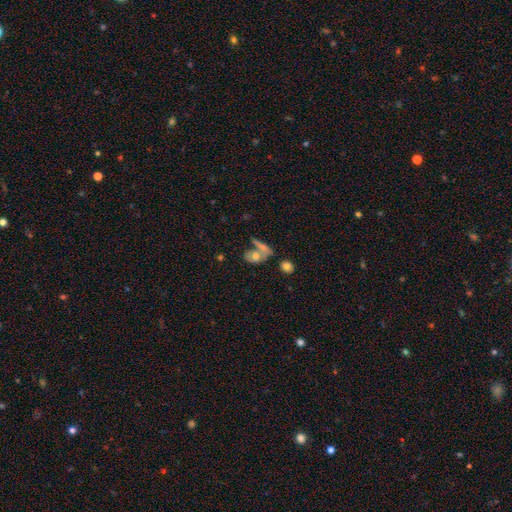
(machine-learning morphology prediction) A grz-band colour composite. It shows a smooth galaxy with no disk features (61%) that is in between round and cigar-shaped (72%). Merging: none (40%).